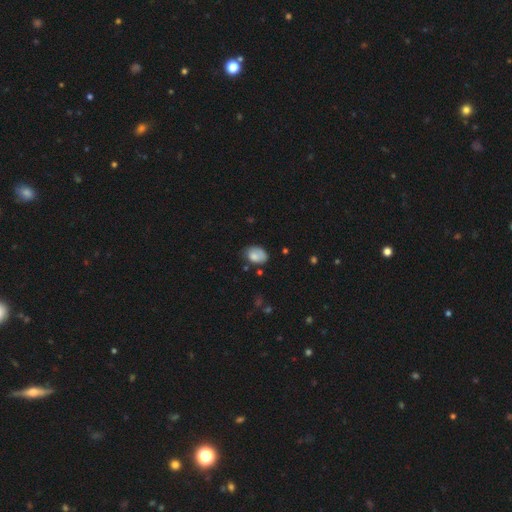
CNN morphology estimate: Smooth or featured: smooth — 73% (featured or disk — 19%)
How rounded: in between — 79% (round — 20%)
Merging: none — 52% (minor disturbance — 31%)